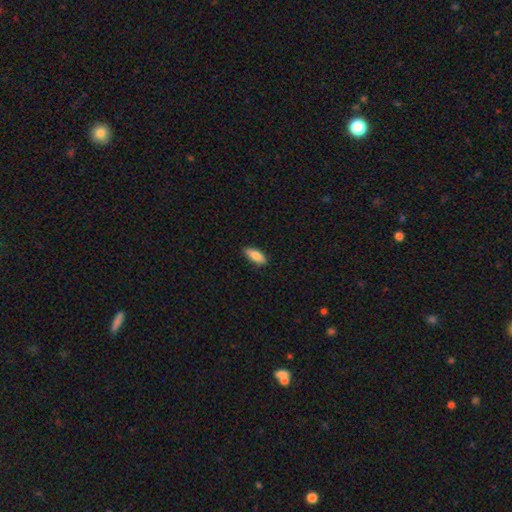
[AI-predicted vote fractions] Smooth or featured? Predicted: smooth (p=0.86). How rounded? Predicted: in between (p=0.77). Merging? Predicted: none (p=0.85).